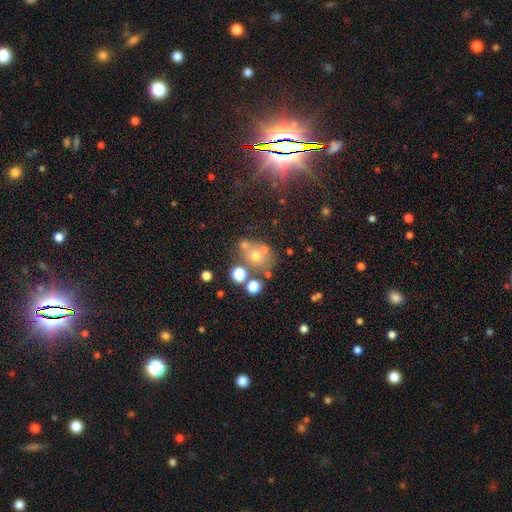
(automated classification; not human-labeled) A smooth galaxy with no disk features (55%) that is round (70%).

Vote fractions:
- Smooth or featured? smooth: 55% / featured or disk: 24% / star or artifact: 21%
- How rounded? round: 70% / in between: 28% / cigar-shaped: 1%
- Merging? none: 51% / merger: 31% / minor disturbance: 12% / major disturbance: 6%